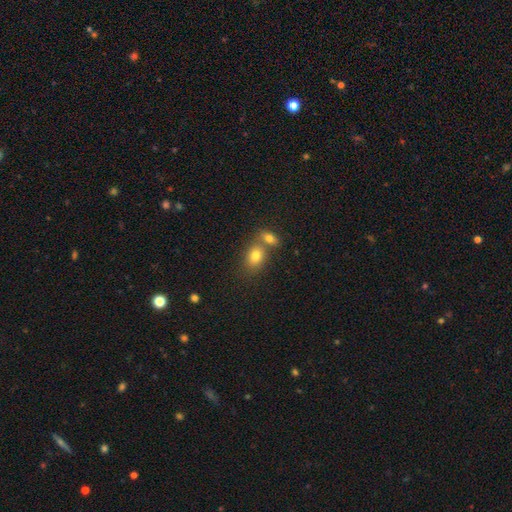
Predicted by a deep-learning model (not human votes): Smooth or featured?
  - smooth: 78% *
  - star or artifact: 11%
  - featured or disk: 11%
How rounded?
  - in between: 62% *
  - round: 37%
  - cigar-shaped: 1%
Merging?
  - merger: 46% *
  - none: 42%
  - minor disturbance: 9%
  - major disturbance: 3%